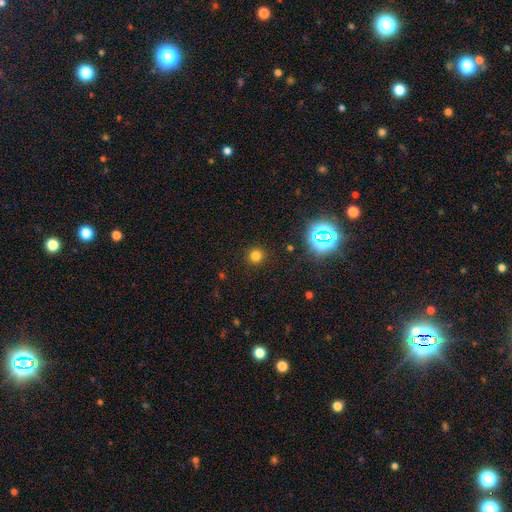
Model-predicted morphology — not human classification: This appears to be a smooth galaxy with no disk features (74%) that is round (94%). Merging: none (91%).